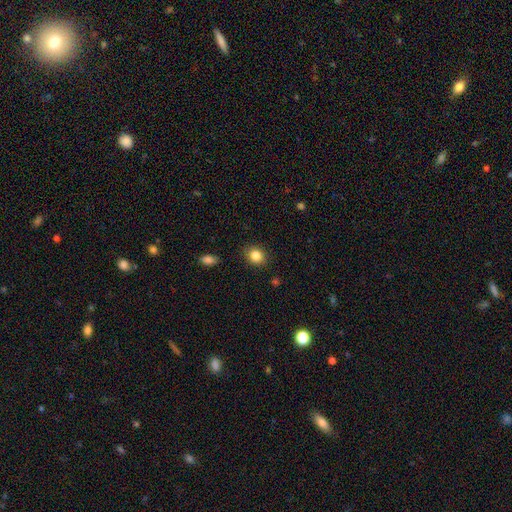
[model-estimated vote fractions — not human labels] Q: Smooth or featured?
A: smooth (84%); runner-up: star or artifact (10%)
Q: How rounded?
A: round (60%); runner-up: in between (39%)
Q: Merging?
A: none (86%); runner-up: minor disturbance (10%)